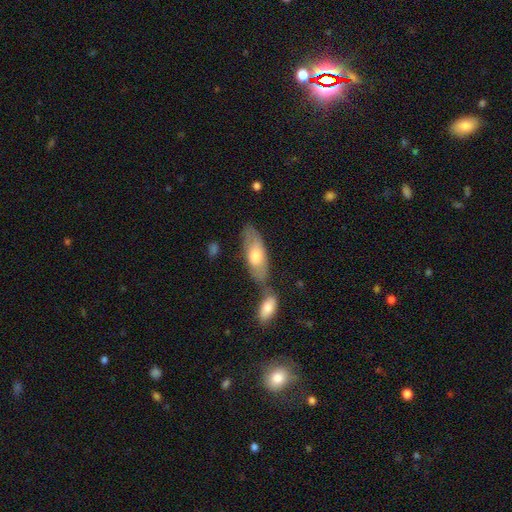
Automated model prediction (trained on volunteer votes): Overall: smooth (63%; featured or disk 31%). How rounded: in between (69%; cigar-shaped 29%). Merging: none (51%; merger 29%).